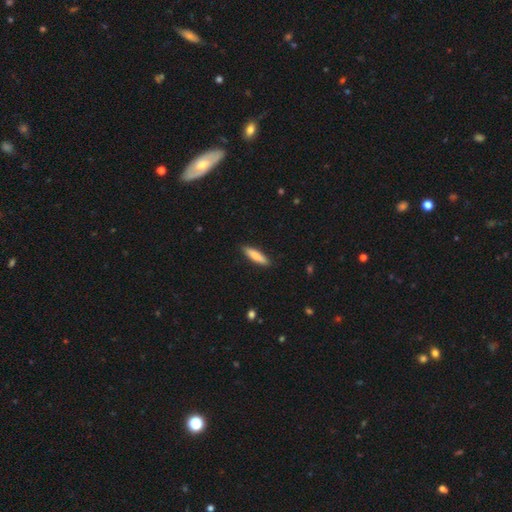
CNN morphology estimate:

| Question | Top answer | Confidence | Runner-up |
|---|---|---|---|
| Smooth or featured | smooth | 75% | featured or disk (19%) |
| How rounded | cigar-shaped | 77% | in between (22%) |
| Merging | none | 89% | minor disturbance (8%) |